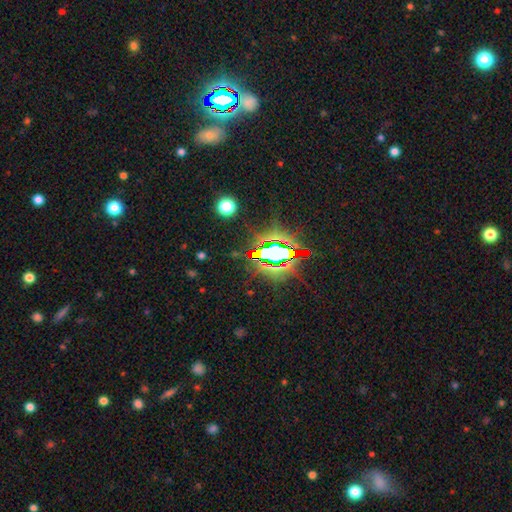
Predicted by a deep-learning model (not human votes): This appears to be a star or artifact, not a galaxy (83%).